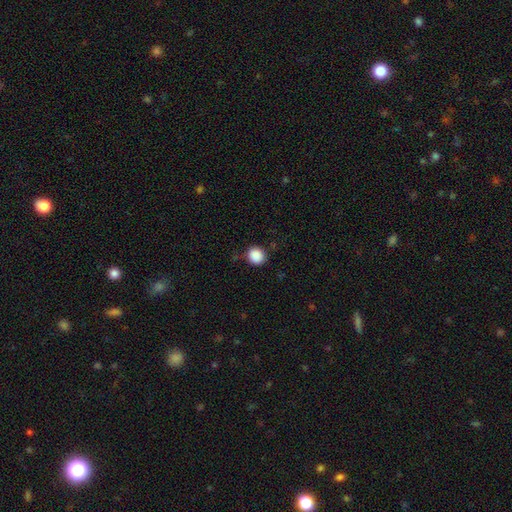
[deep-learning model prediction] smooth_or_featured: smooth (p=0.88) [alt: star or artifact p=0.09]
how_rounded: round (p=0.86) [alt: in between p=0.13]
merging: none (p=0.84) [alt: minor disturbance p=0.11]